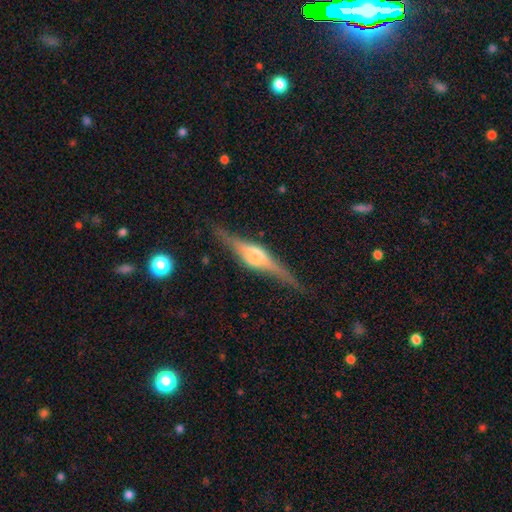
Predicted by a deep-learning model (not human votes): Smooth or featured?
  - featured or disk: 79% *
  - smooth: 14%
  - star or artifact: 6%
Edge-on disk?
  - yes: 97% *
  - no: 3%
Edge-on bulge?
  - rounded: 82% *
  - boxy: 15%
  - none: 4%
Merging?
  - none: 85% *
  - minor disturbance: 11%
  - major disturbance: 3%
  - merger: 1%